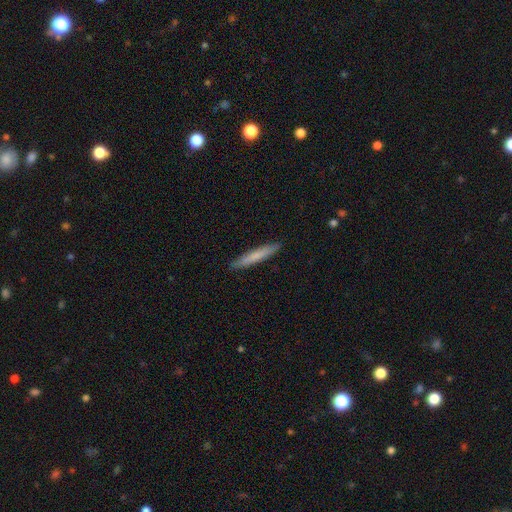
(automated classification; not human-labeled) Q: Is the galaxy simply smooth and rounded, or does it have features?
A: smooth — 74%.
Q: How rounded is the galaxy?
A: cigar-shaped — 95%.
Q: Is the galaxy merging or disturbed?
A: none — 91%.